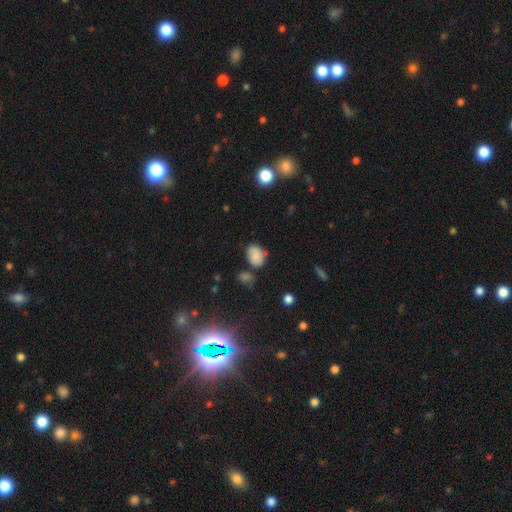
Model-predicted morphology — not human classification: Q: Smooth or featured?
A: smooth (79%); runner-up: star or artifact (11%)
Q: How rounded?
A: in between (70%); runner-up: round (29%)
Q: Merging?
A: none (59%); runner-up: minor disturbance (25%)